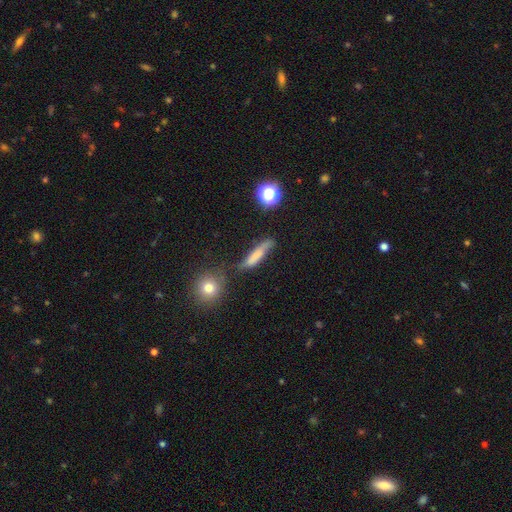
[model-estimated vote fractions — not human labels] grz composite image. It shows a smooth galaxy with no disk features (66%) that is cigar-shaped (78%). Merging: none (53%).